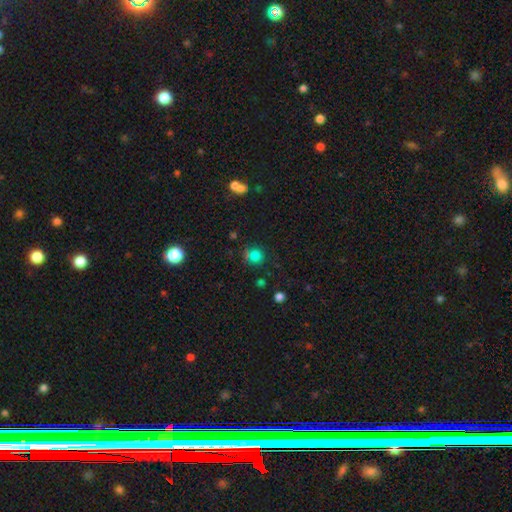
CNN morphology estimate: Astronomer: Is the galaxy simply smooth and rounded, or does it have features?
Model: smooth — 75%.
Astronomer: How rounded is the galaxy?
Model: round — 89%.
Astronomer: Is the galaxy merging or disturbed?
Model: none — 71%.